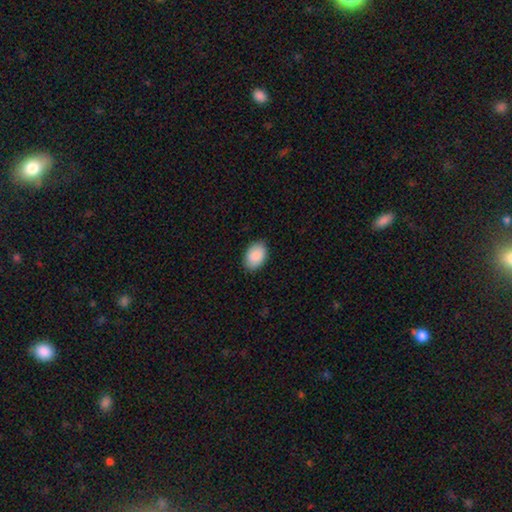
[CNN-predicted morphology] Smooth or featured? Predicted: smooth (p=0.90). How rounded? Predicted: in between (p=0.87). Merging? Predicted: none (p=0.87).